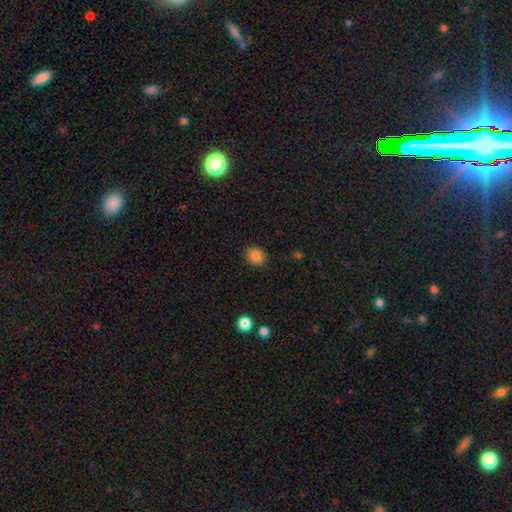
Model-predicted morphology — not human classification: The model was most divided on "how rounded": round: 66%, in between: 33%, cigar-shaped: 1%. More confident: merging — none (87%); smooth or featured — smooth (84%).